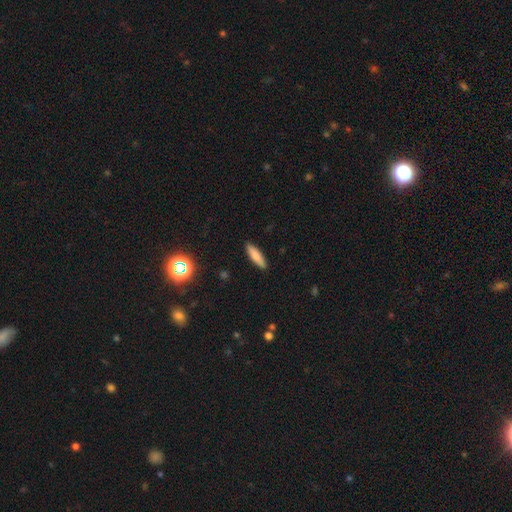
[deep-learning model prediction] smooth-or-featured: smooth: 81% | featured or disk: 12% | star or artifact: 7%
  how-rounded: cigar-shaped: 63% | in between: 36% | round: 2%
  merging: none: 90% | minor disturbance: 7% | major disturbance: 2% | merger: 1%